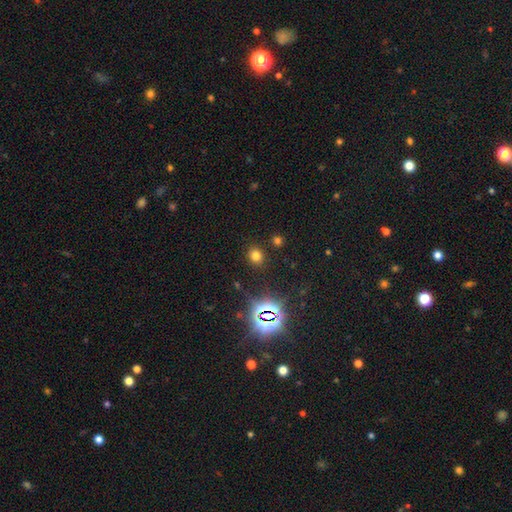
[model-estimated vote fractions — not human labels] A smooth galaxy with no disk features (70%) that is round (64%).

Vote fractions:
- Smooth or featured? smooth: 70% / star or artifact: 24% / featured or disk: 7%
- How rounded? round: 64% / in between: 35% / cigar-shaped: 1%
- Merging? none: 85% / minor disturbance: 8% / merger: 3% / major disturbance: 3%